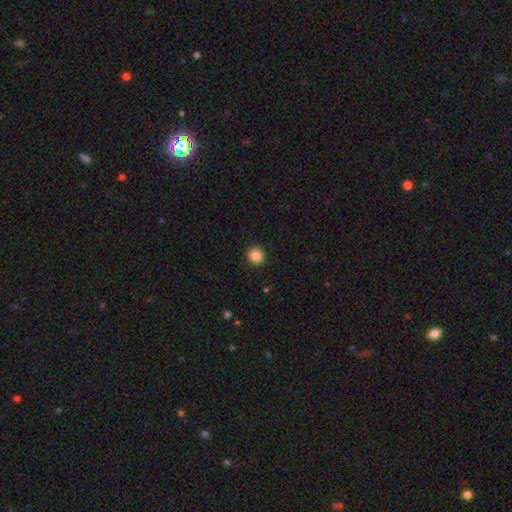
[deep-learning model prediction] Morphology: type=smooth (86%); roundness=round (89%); merging=none (92%).